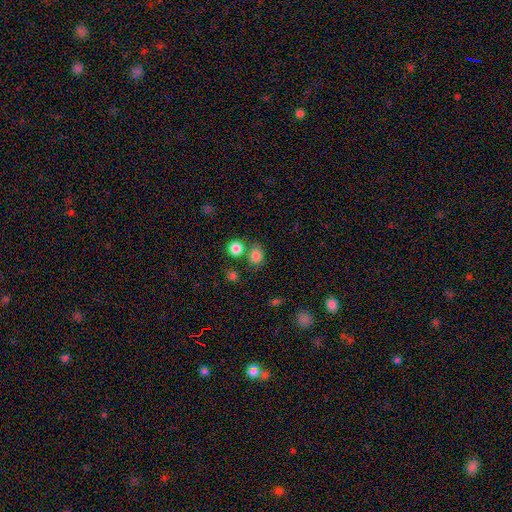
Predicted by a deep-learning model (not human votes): smooth-or-featured: smooth: 82% | star or artifact: 12% | featured or disk: 6%
  how-rounded: round: 64% | in between: 35% | cigar-shaped: 1%
  merging: none: 66% | merger: 18% | minor disturbance: 11% | major disturbance: 4%